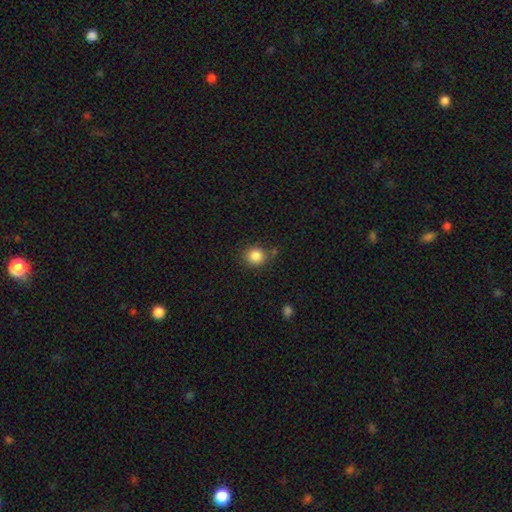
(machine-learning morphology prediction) The model was most divided on "merging": none: 79%, minor disturbance: 12%, merger: 5%, major disturbance: 4%. More confident: smooth or featured — smooth (86%); how rounded — round (84%).